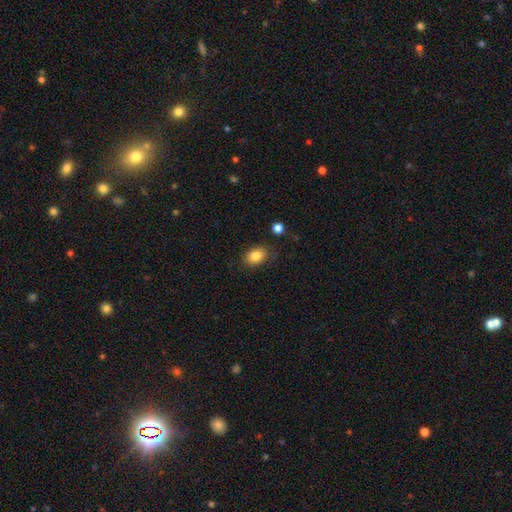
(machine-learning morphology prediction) This appears to be a smooth galaxy with no disk features (85%) that is in between round and cigar-shaped (75%). Merging: none (81%).